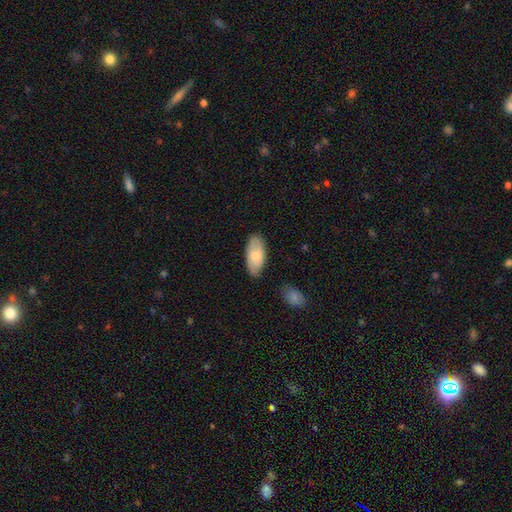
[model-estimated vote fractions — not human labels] Smooth or featured? smooth (73%)
How rounded? in between (92%)
Merging? none (80%)